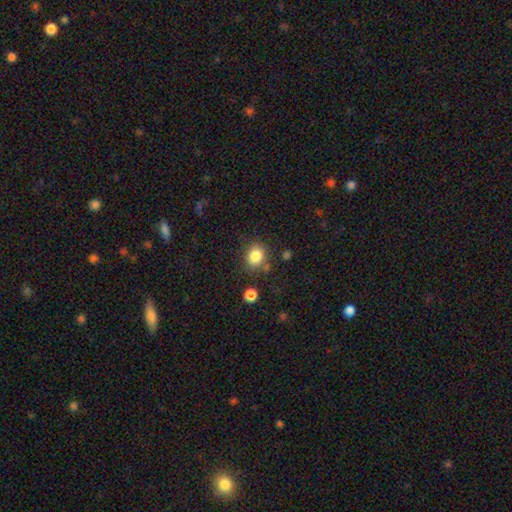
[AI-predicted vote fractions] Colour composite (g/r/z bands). It shows a smooth galaxy with no disk features (85%) that is round (59%). Merging: none (76%).